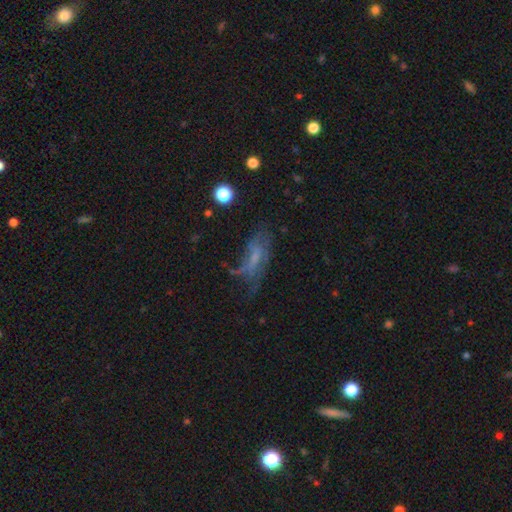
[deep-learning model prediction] A featured or disk galaxy (51%). Merging: none (42%).